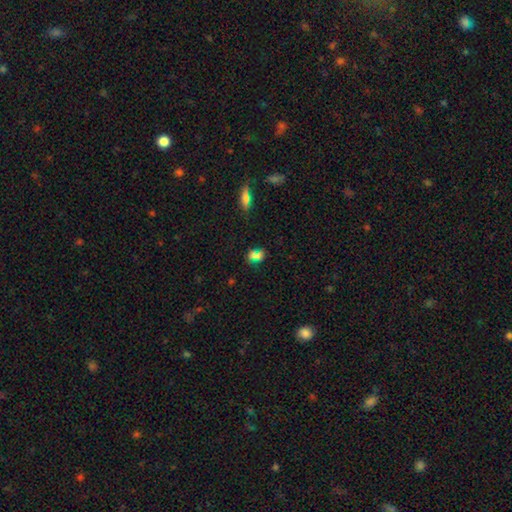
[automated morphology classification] Q: Smooth or featured?
A: smooth (67%); runner-up: star or artifact (17%)
Q: How rounded?
A: in between (63%); runner-up: round (33%)
Q: Merging?
A: none (53%); runner-up: minor disturbance (21%)